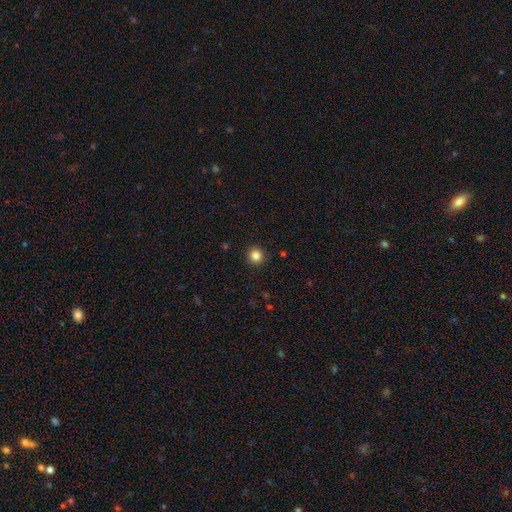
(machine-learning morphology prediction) smooth-or-featured: smooth: 84% | star or artifact: 11% | featured or disk: 5%
  how-rounded: round: 96% | in between: 3% | cigar-shaped: 1%
  merging: none: 93% | minor disturbance: 5% | major disturbance: 2% | merger: 1%